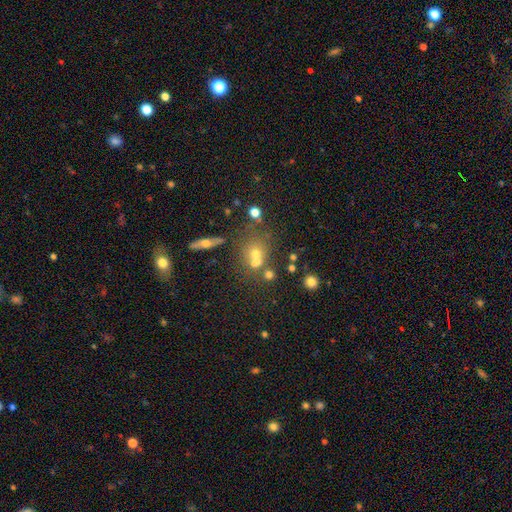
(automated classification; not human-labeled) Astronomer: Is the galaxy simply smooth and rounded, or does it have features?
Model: smooth — 53%.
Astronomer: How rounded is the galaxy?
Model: round — 69%.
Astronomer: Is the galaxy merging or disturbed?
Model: none — 45% (runner-up: merger, 39%).